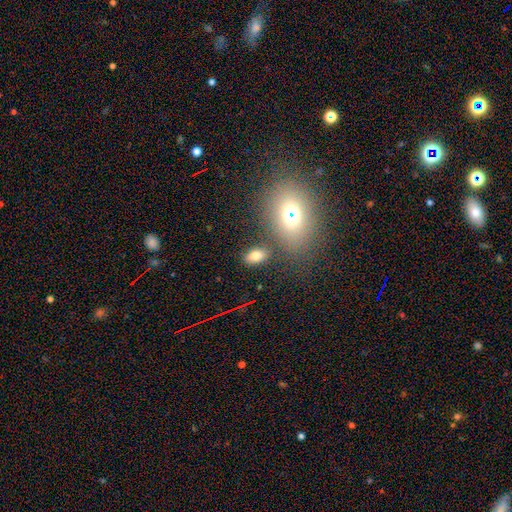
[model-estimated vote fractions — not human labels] Smooth or featured? smooth (74%)
How rounded? in between (85%)
Merging? none (80%)